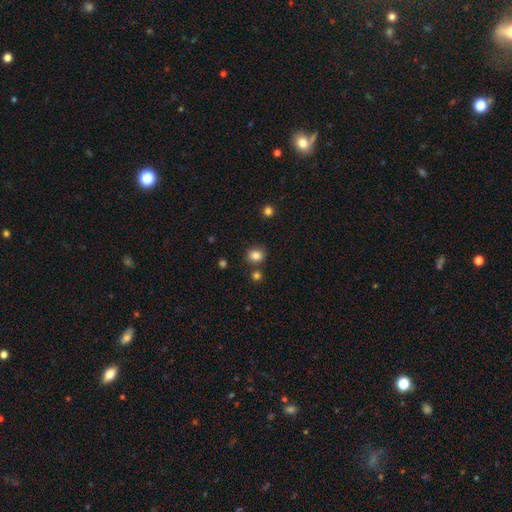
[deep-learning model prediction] smooth_or_featured: smooth (p=0.84) [alt: star or artifact p=0.11]
how_rounded: round (p=0.69) [alt: in between p=0.30]
merging: none (p=0.80) [alt: minor disturbance p=0.10]